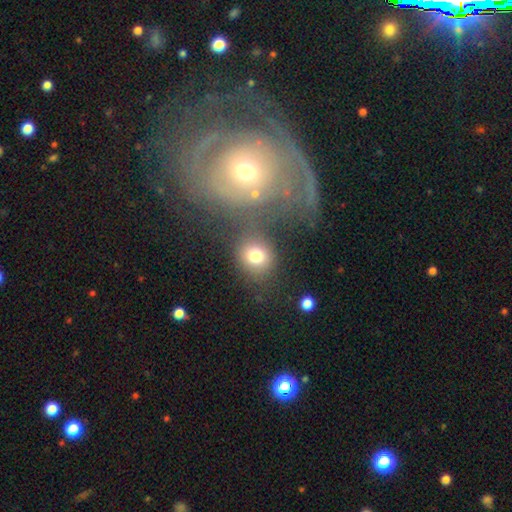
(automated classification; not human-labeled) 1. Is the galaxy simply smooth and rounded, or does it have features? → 77% smooth, 13% star or artifact, 10% featured or disk.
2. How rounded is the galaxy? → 79% round, 20% in between, 1% cigar-shaped.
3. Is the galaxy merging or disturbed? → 69% none, 12% merger, 12% minor disturbance, 7% major disturbance.